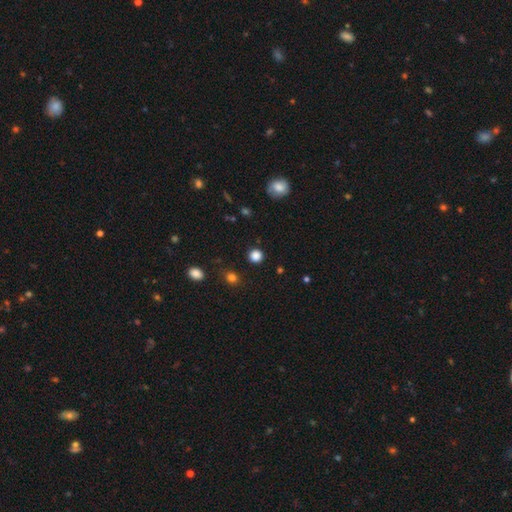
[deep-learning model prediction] This is clearly a smooth galaxy (83%). How rounded: clearly round (91%). Merging: clearly none (90%).